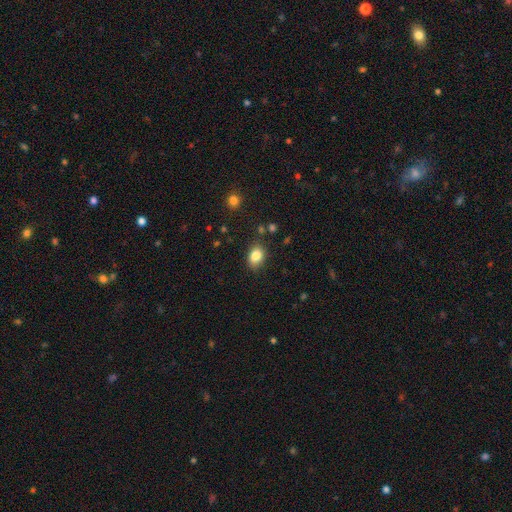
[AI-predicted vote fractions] Smooth or featured?
  - smooth: 85% *
  - star or artifact: 9%
  - featured or disk: 6%
How rounded?
  - in between: 71% *
  - round: 28%
  - cigar-shaped: 1%
Merging?
  - none: 82% *
  - minor disturbance: 12%
  - major disturbance: 3%
  - merger: 3%